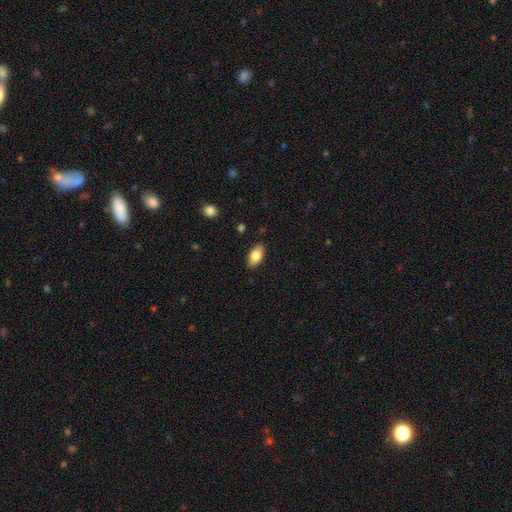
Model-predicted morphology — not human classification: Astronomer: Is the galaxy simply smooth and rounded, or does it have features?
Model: smooth — 82%.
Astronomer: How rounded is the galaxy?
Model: in between — 92%.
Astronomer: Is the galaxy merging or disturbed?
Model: none — 88%.